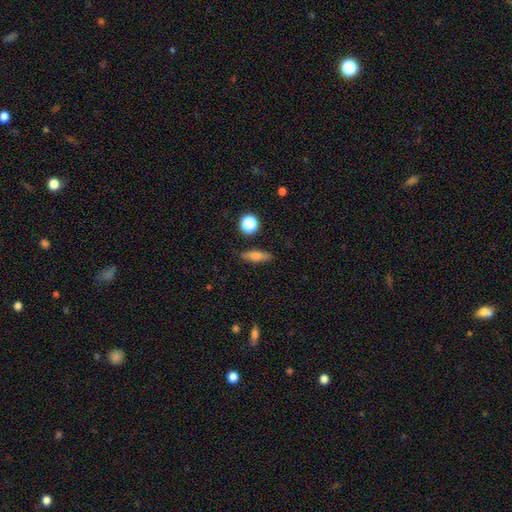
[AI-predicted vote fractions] A smooth galaxy with no disk features (69%) that is in between round and cigar-shaped (46%, tied with cigar-shaped). Merging: none (83%).